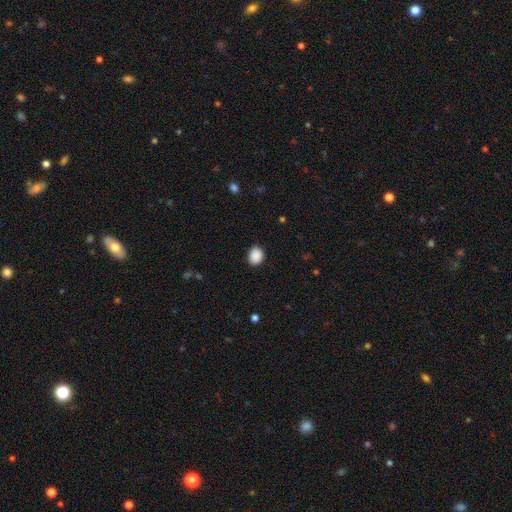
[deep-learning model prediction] The model was most divided on "how rounded": in between: 50%, round: 49%, cigar-shaped: 1%. More confident: smooth or featured — smooth (90%); merging — none (88%).